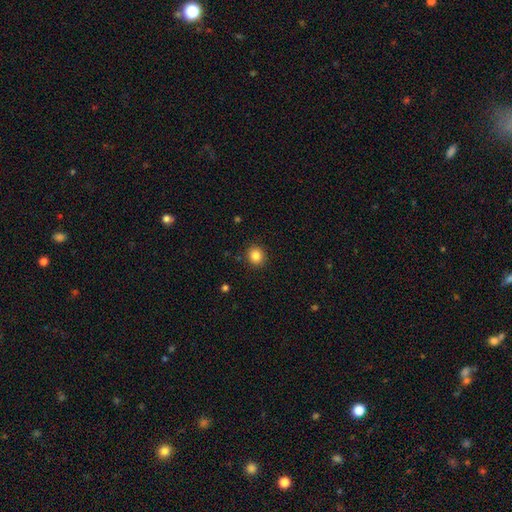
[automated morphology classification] Smooth or featured? Predicted: smooth (p=0.85). How rounded? Predicted: round (p=0.85). Merging? Predicted: none (p=0.90).